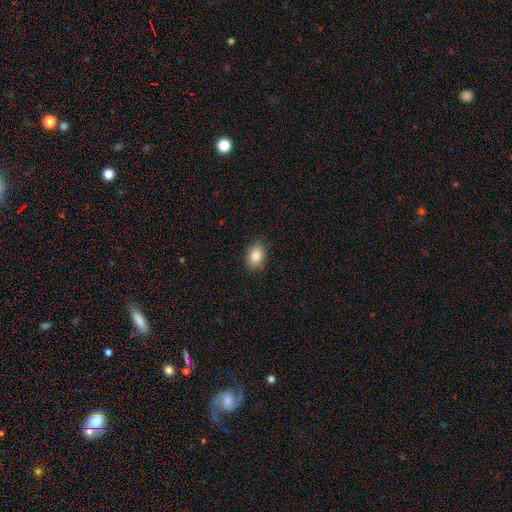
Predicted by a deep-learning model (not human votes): smooth-or-featured: smooth: 86% | star or artifact: 8% | featured or disk: 6%
  how-rounded: in between: 81% | round: 18% | cigar-shaped: 1%
  merging: none: 82% | minor disturbance: 14% | major disturbance: 3% | merger: 1%